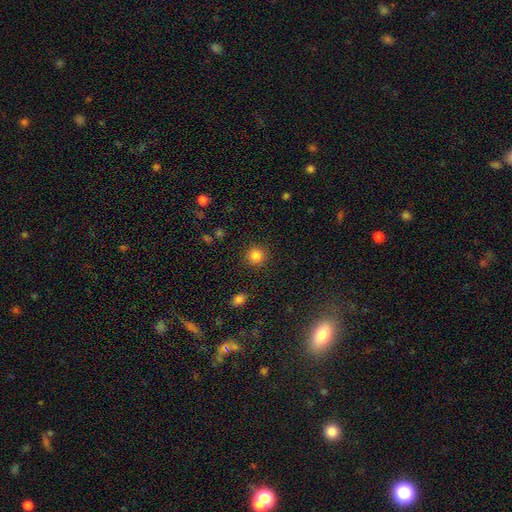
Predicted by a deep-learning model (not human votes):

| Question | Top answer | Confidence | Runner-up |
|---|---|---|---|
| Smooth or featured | smooth | 84% | star or artifact (12%) |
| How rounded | round | 93% | in between (6%) |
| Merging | none | 90% | minor disturbance (6%) |